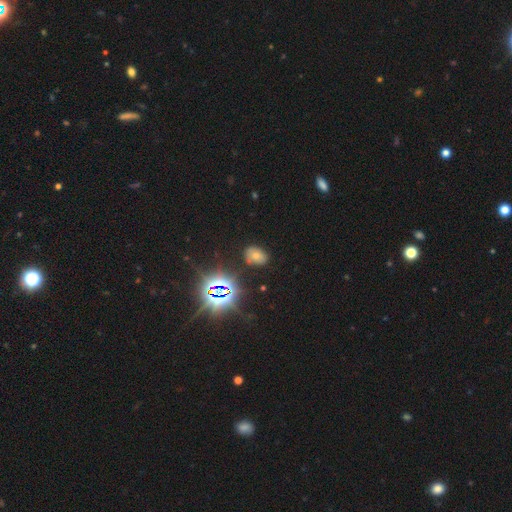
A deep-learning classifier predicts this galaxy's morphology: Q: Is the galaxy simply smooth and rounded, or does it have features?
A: smooth — 50%.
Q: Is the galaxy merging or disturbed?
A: none — 77%.